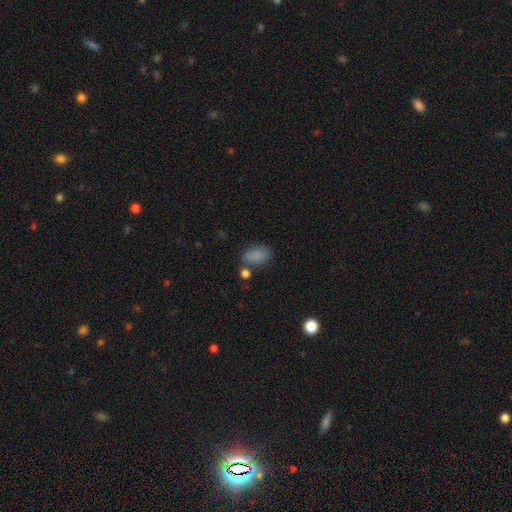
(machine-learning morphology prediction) Smooth or featured? smooth (84%)
How rounded? in between (85%)
Merging? none (67%)